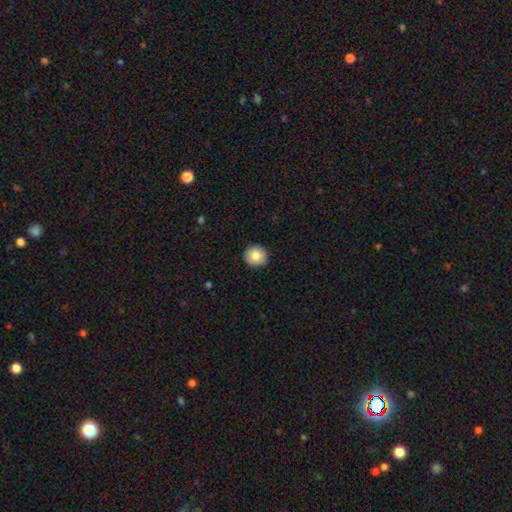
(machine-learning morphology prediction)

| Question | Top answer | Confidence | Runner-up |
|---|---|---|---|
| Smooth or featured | smooth | 85% | star or artifact (8%) |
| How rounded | round | 88% | in between (11%) |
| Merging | none | 91% | minor disturbance (7%) |